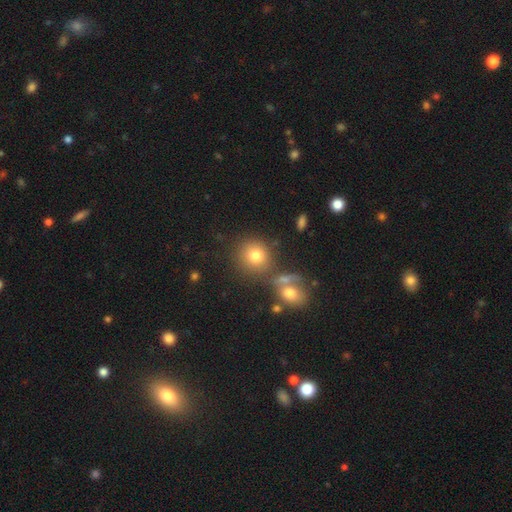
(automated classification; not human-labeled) Q: Smooth or featured?
A: smooth (77%); runner-up: star or artifact (13%)
Q: How rounded?
A: round (84%); runner-up: in between (15%)
Q: Merging?
A: none (69%); runner-up: merger (15%)